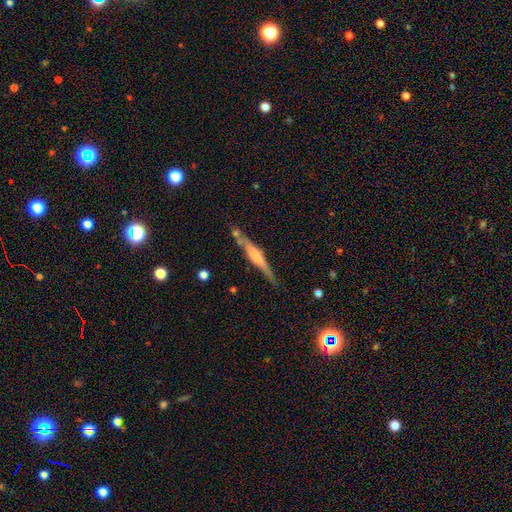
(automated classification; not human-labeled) Overall: featured or disk (63%; smooth 30%). Edge-on disk: yes (96%). Edge-on bulge: rounded (52%; boxy 35%). Merging: none (76%).